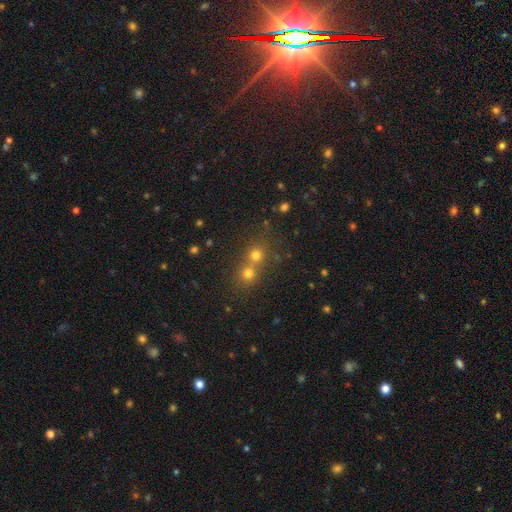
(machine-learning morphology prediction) Smooth or featured: smooth — 65% (star or artifact — 24%)
How rounded: round — 87% (in between — 12%)
Merging: merger — 48% (none — 45%)